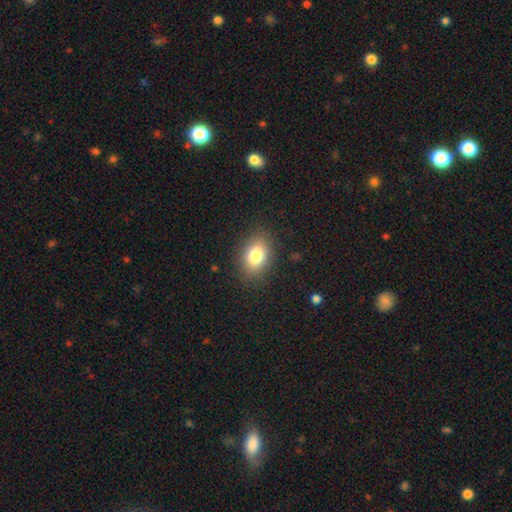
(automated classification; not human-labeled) A smooth galaxy with no disk features (80%) that is in between round and cigar-shaped (78%). Merging: none (86%).